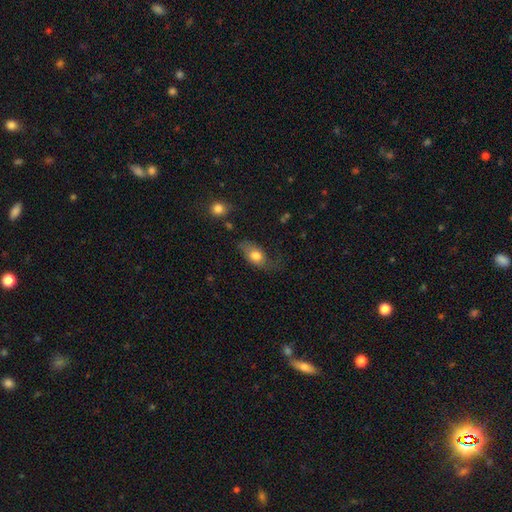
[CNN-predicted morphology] smooth-or-featured: smooth: 67% | featured or disk: 26% | star or artifact: 7%
  how-rounded: in between: 86% | round: 10% | cigar-shaped: 4%
  merging: none: 49% | minor disturbance: 29% | major disturbance: 20% | merger: 3%